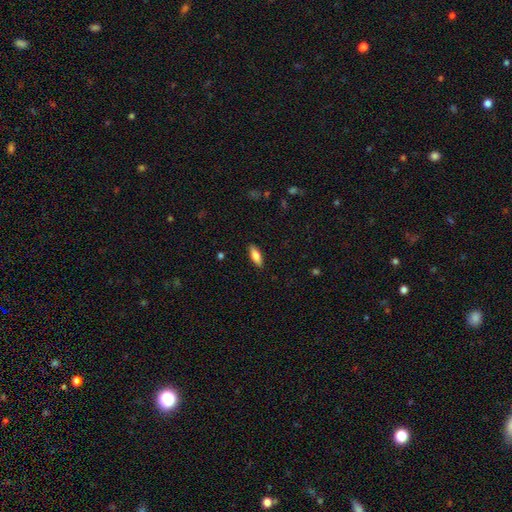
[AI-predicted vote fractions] Morphology: type=smooth (75%); roundness=in between (68%); merging=none (88%).